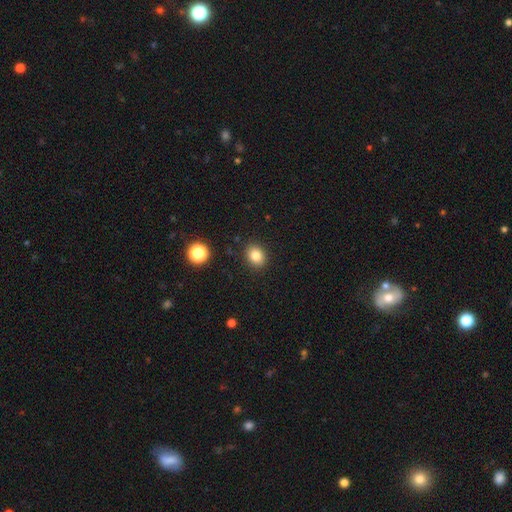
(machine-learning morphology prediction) Smooth or featured?
  - smooth: 82% *
  - star or artifact: 11%
  - featured or disk: 7%
How rounded?
  - round: 51% *
  - in between: 48%
  - cigar-shaped: 1%
Merging?
  - none: 89% *
  - minor disturbance: 7%
  - major disturbance: 2%
  - merger: 1%